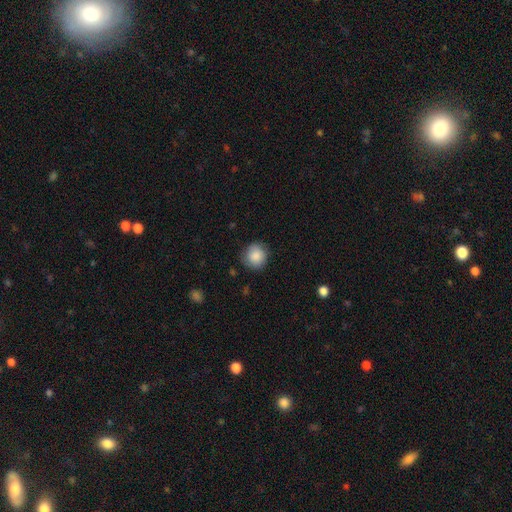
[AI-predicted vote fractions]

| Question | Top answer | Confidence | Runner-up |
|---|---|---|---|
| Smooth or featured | smooth | 87% | star or artifact (8%) |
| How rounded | round | 90% | in between (9%) |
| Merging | none | 84% | minor disturbance (12%) |